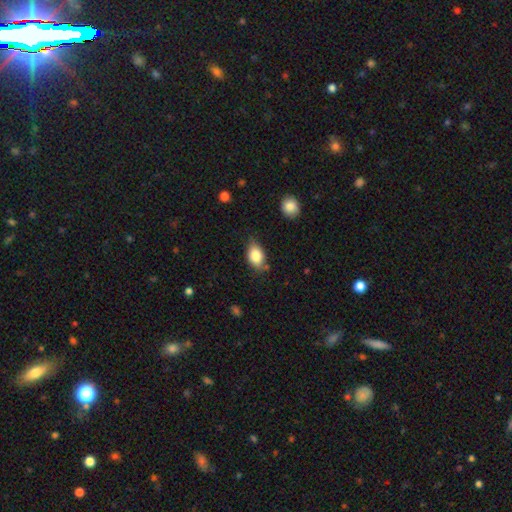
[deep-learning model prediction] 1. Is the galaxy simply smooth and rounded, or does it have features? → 82% smooth, 10% featured or disk, 8% star or artifact.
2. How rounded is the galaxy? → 86% in between, 12% round, 2% cigar-shaped.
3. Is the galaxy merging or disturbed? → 70% none, 23% minor disturbance, 4% major disturbance, 3% merger.